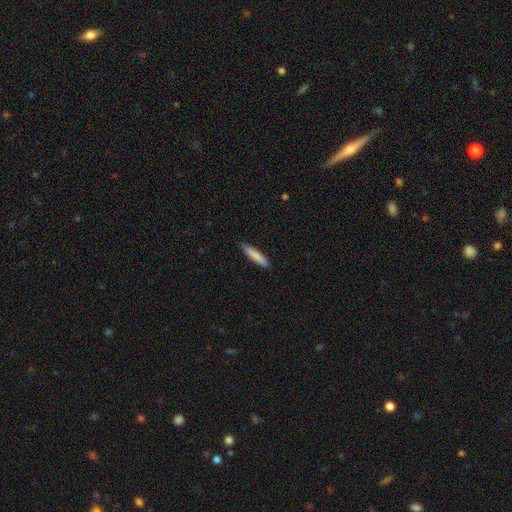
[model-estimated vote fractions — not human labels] A smooth galaxy with no disk features (81%) that is cigar-shaped (89%).

Vote fractions:
- Smooth or featured? smooth: 81% / featured or disk: 14% / star or artifact: 6%
- How rounded? cigar-shaped: 89% / in between: 10% / round: 1%
- Merging? none: 87% / minor disturbance: 10% / major disturbance: 2% / merger: 1%